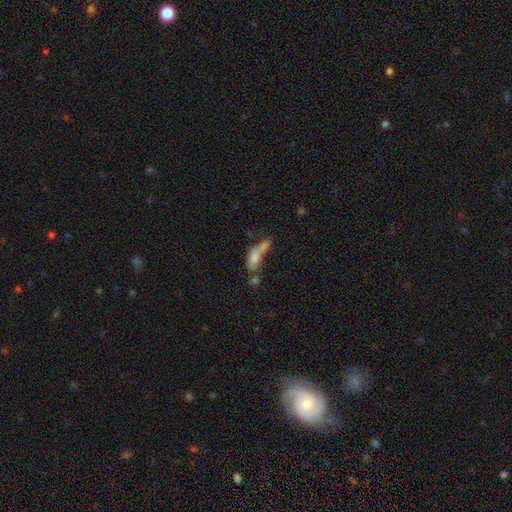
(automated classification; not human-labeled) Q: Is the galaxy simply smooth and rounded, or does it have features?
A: smooth — 66%.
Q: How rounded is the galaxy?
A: in between — 68%.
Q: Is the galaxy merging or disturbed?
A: merger — 61%.